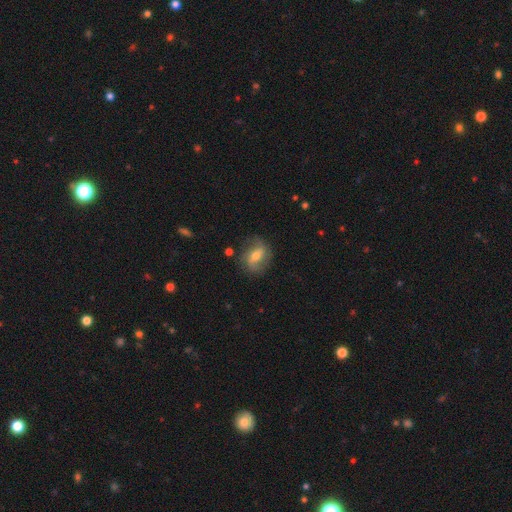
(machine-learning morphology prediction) Smooth or featured: featured or disk — 54% (smooth — 37%)
Edge-on disk: no — 93% (yes — 7%)
Bar: weak — 43% (strong — 29%)
Spiral arms: yes — 75% (no — 25%)
Bulge size: moderate — 63% (small — 28%)
Merging: none — 72% (minor disturbance — 19%)